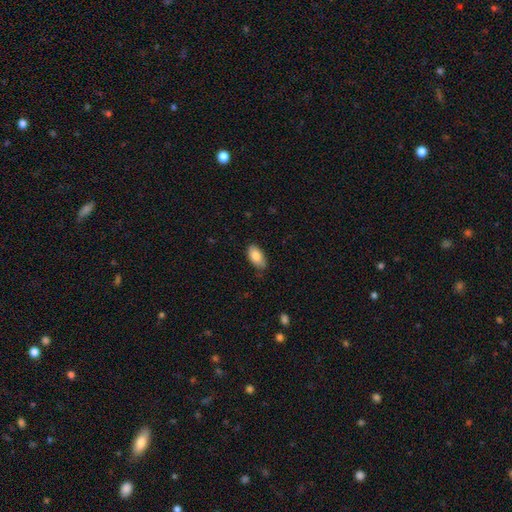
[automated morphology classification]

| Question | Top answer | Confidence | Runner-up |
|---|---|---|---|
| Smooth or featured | smooth | 86% | featured or disk (8%) |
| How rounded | in between | 93% | cigar-shaped (4%) |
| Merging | none | 75% | minor disturbance (21%) |